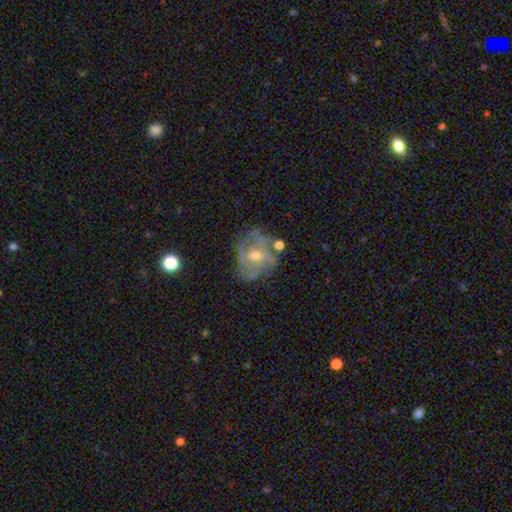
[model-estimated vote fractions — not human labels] A featured or disk galaxy (79%) with no bar (68%), tight (44%) spiral arms (86%) and a small central bulge (51%). Merging: none (61%).